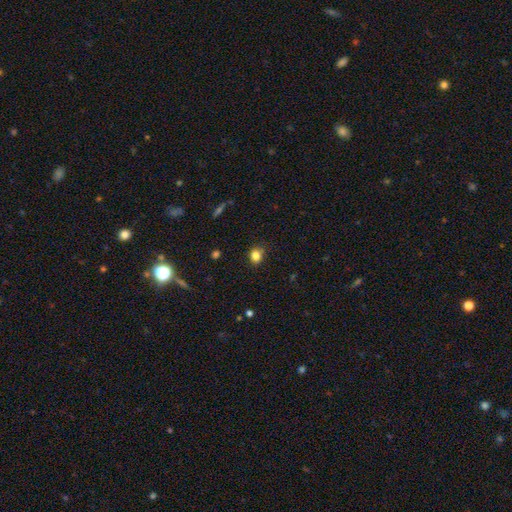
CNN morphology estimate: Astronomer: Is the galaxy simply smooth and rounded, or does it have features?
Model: smooth — 81%.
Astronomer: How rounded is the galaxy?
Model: round — 64%.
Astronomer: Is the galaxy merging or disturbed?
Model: none — 75%.